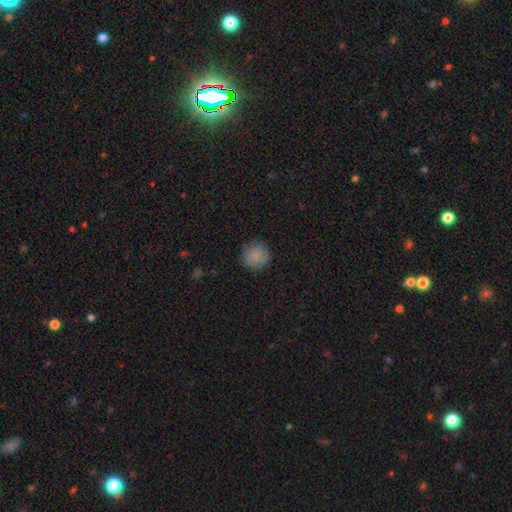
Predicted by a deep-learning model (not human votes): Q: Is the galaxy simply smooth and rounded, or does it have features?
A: smooth — 85%.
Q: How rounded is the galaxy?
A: round — 92%.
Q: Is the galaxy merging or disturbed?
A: none — 83%.